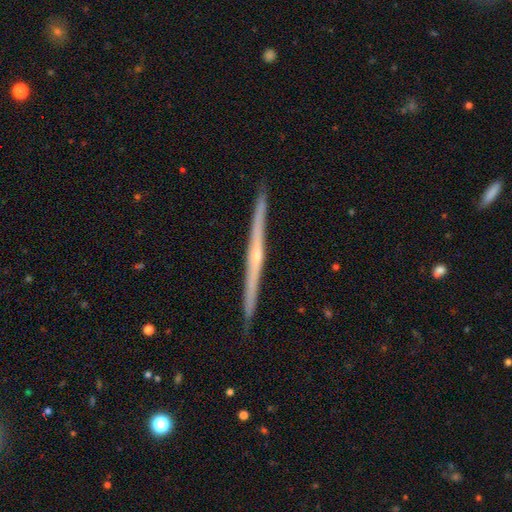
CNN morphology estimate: featured or disk 78%, smooth 17%, star or artifact 5%. Down the decision tree: edge-on disk — yes (98%); edge-on bulge — rounded (51%); merging — none (92%).